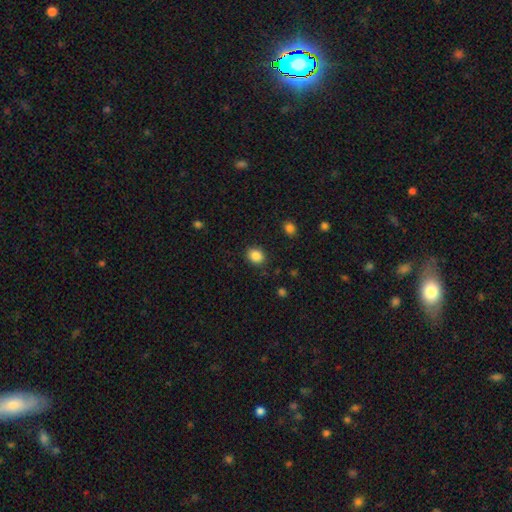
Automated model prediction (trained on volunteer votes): Overall: smooth (86%). How rounded: round (58%; in between 41%). Merging: none (86%).